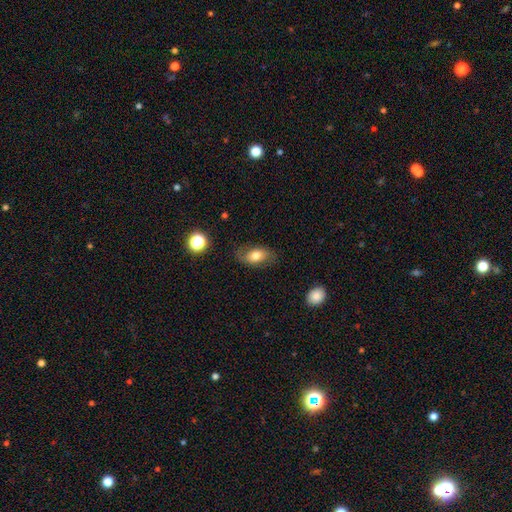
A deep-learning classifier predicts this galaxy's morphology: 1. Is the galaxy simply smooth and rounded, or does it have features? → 63% smooth, 28% featured or disk, 9% star or artifact.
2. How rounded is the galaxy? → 87% in between, 10% round, 2% cigar-shaped.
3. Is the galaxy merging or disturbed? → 74% none, 18% minor disturbance, 7% major disturbance, 1% merger.